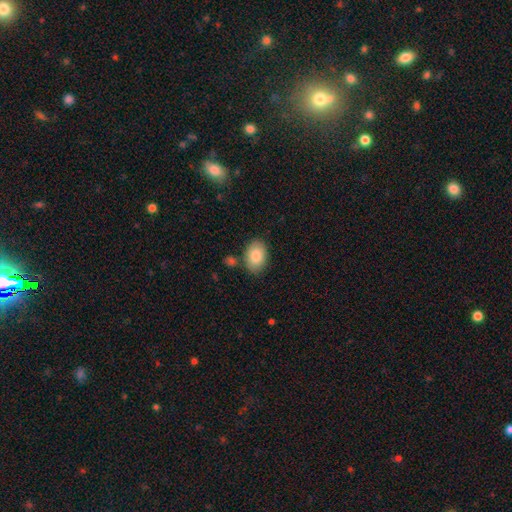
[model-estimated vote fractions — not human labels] Smooth or featured?
  - smooth: 85% *
  - featured or disk: 9%
  - star or artifact: 7%
How rounded?
  - in between: 86% *
  - round: 13%
  - cigar-shaped: 1%
Merging?
  - none: 79% *
  - minor disturbance: 13%
  - merger: 5%
  - major disturbance: 3%